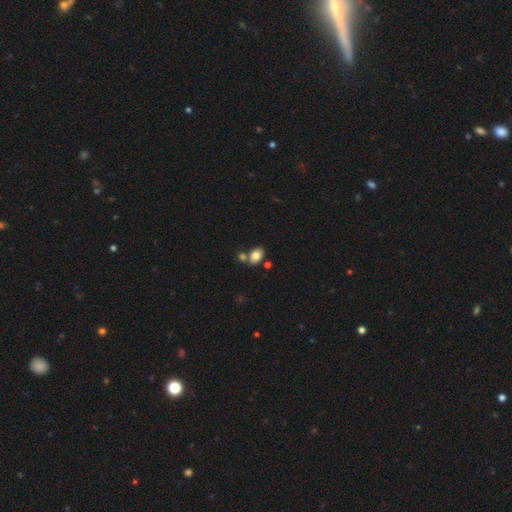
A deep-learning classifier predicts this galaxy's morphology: Smooth or featured: smooth — 82% (featured or disk — 10%)
How rounded: in between — 84% (round — 14%)
Merging: none — 63% (merger — 21%)